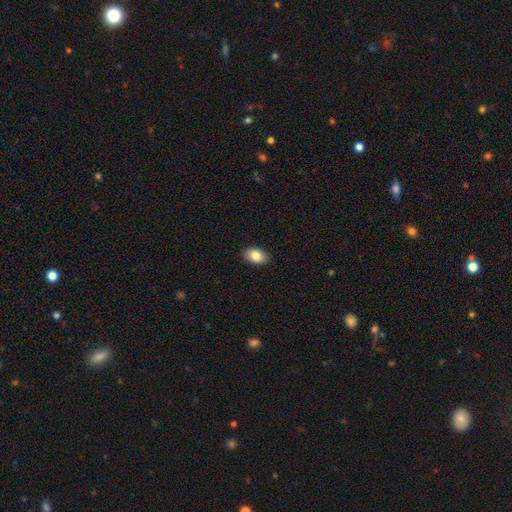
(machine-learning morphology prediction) Q: Smooth or featured?
A: smooth (83%); runner-up: featured or disk (10%)
Q: How rounded?
A: in between (91%); runner-up: round (8%)
Q: Merging?
A: none (89%); runner-up: minor disturbance (8%)